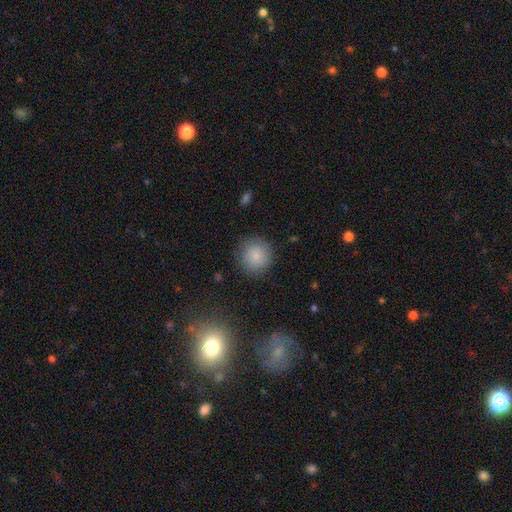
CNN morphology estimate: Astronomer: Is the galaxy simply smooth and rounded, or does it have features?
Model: smooth — 84%.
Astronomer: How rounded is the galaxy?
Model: round — 93%.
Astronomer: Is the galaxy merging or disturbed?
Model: none — 85%.